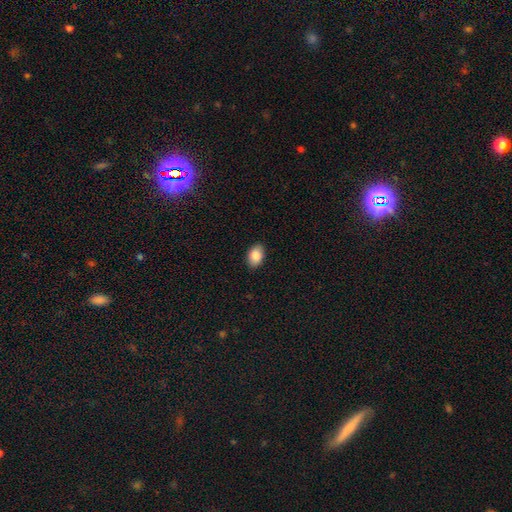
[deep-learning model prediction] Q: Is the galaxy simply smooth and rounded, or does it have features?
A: smooth — 88%.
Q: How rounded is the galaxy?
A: in between — 88%.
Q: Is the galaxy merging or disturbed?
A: none — 88%.